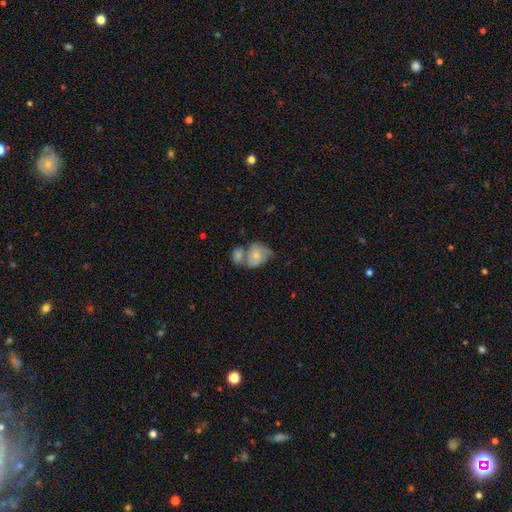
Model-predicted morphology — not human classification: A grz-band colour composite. It shows a smooth galaxy with no disk features (53%) that is in between round and cigar-shaped (57%). Merging: merger (50%).